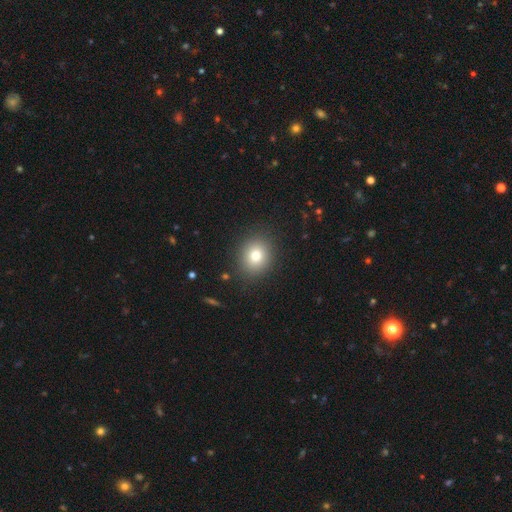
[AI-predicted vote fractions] Smooth or featured? smooth (78%)
How rounded? round (77%)
Merging? none (88%)